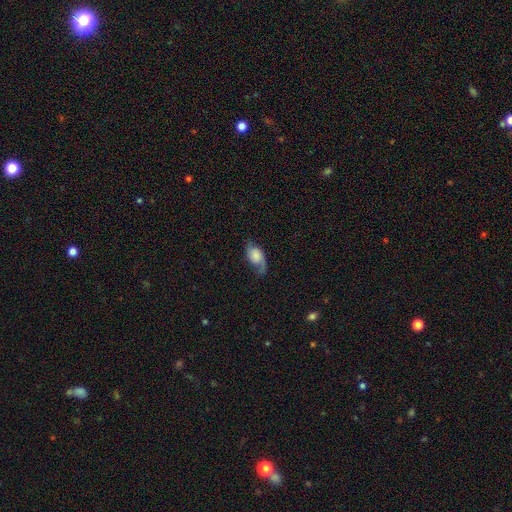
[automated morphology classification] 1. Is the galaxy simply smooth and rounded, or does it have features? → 52% featured or disk, 39% smooth, 9% star or artifact.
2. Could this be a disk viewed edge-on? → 94% no, 6% yes.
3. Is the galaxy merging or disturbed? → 53% none, 27% minor disturbance, 19% major disturbance, 2% merger.